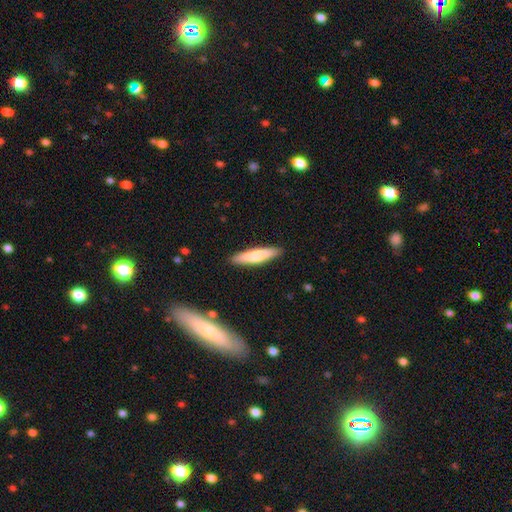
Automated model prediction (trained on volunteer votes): Smooth or featured?
  - smooth: 73% *
  - featured or disk: 22%
  - star or artifact: 5%
How rounded?
  - cigar-shaped: 80% *
  - in between: 19%
  - round: 1%
Merging?
  - none: 89% *
  - minor disturbance: 8%
  - major disturbance: 2%
  - merger: 1%